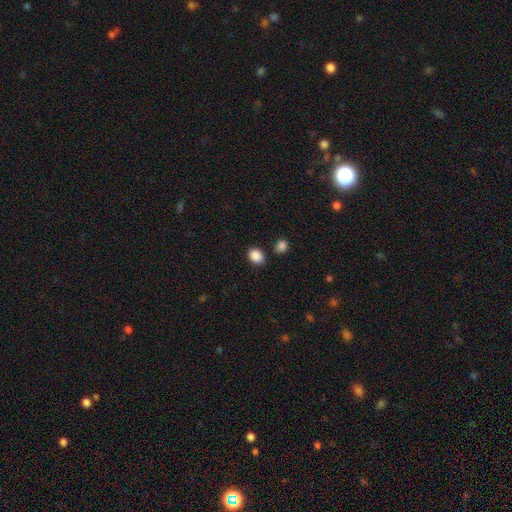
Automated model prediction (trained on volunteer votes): This appears to be a smooth galaxy with no disk features (88%) that is in between round and cigar-shaped (59%). Merging: none (78%).